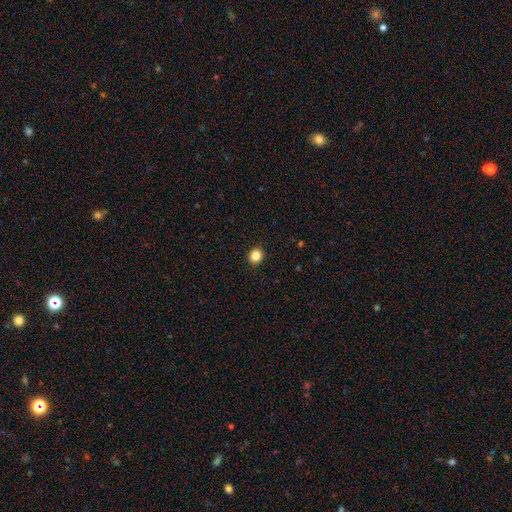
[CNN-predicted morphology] Smooth or featured? smooth (86%)
How rounded? round (84%)
Merging? none (93%)